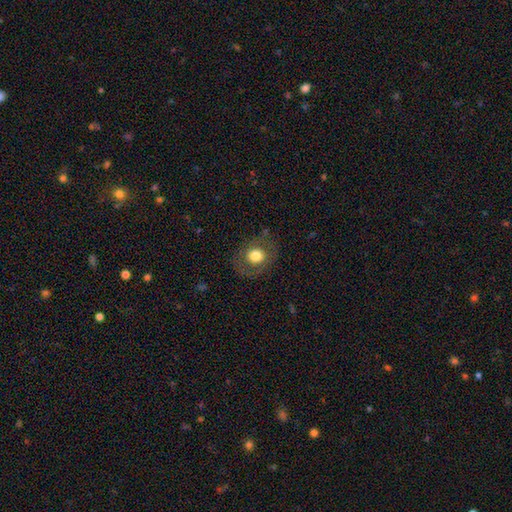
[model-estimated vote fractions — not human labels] This appears to be a smooth galaxy with no disk features (68%) that is round (69%). Merging: none (79%).